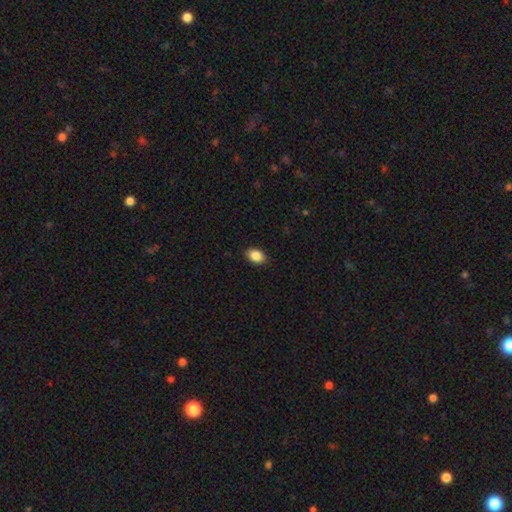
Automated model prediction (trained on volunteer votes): Morphology: type=smooth (88%); roundness=in between (82%); merging=none (88%).